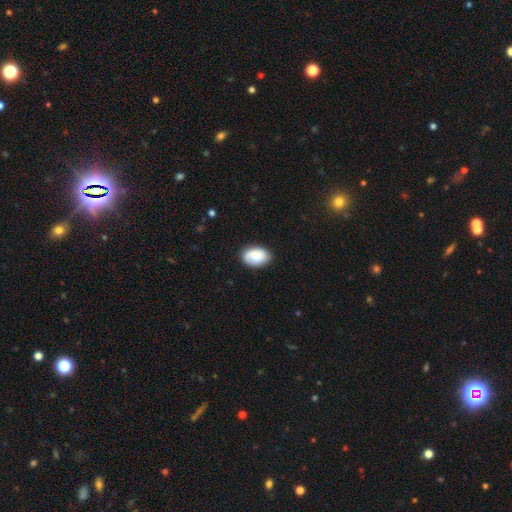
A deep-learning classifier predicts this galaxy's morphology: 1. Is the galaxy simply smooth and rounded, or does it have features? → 76% smooth, 18% featured or disk, 7% star or artifact.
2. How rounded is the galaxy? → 86% in between, 13% round, 1% cigar-shaped.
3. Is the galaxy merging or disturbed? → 80% none, 15% minor disturbance, 3% major disturbance, 1% merger.